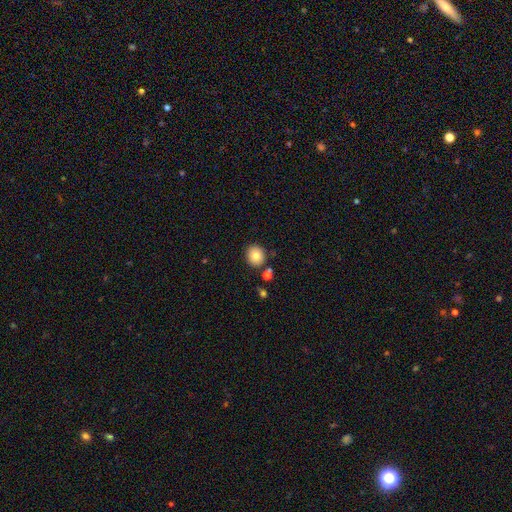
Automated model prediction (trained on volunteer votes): smooth 82%, star or artifact 10%, featured or disk 8%. Down the decision tree: how rounded — round (82%); merging — none (84%).